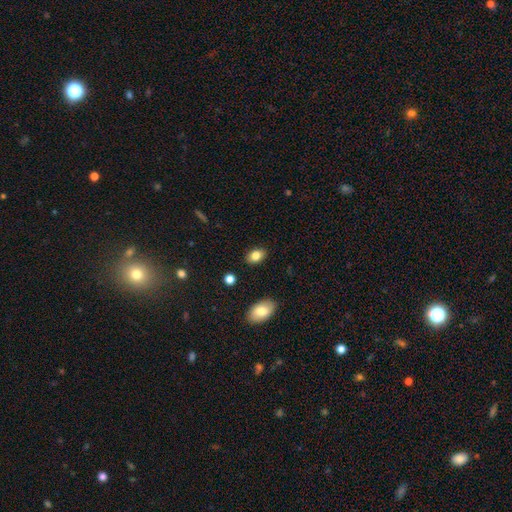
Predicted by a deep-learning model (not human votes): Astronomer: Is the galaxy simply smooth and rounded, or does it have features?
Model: smooth — 82%.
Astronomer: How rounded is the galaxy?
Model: in between — 83%.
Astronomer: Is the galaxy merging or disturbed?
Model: none — 88%.